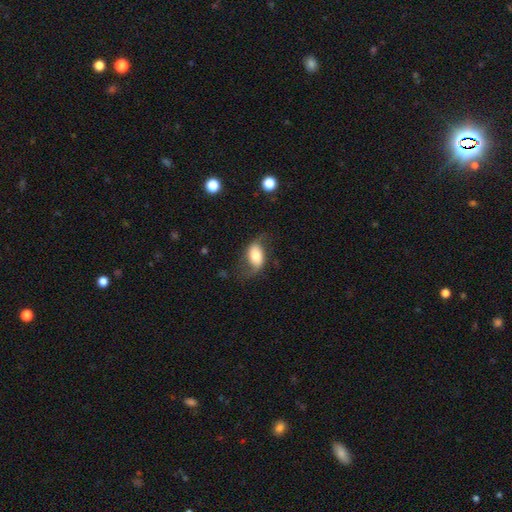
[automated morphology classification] Smooth or featured? smooth (50%)
Merging? none (56%)